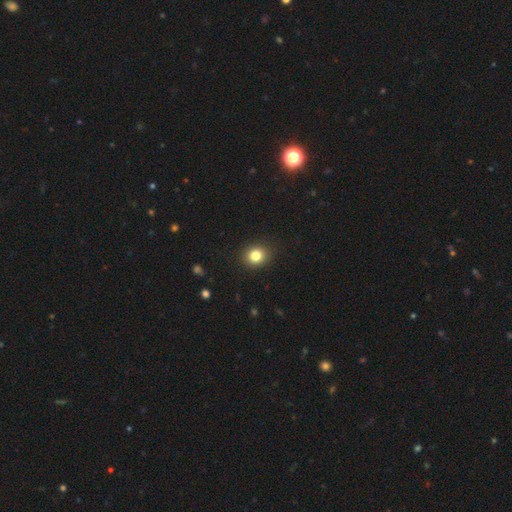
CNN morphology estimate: This appears to be a smooth galaxy with no disk features (82%) that is round (71%). Merging: none (90%).